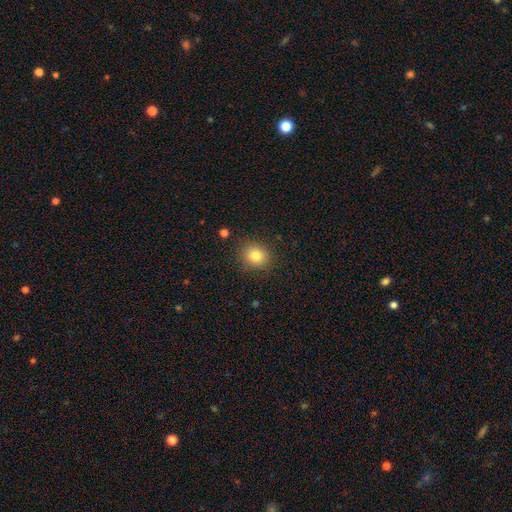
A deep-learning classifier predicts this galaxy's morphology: smooth-or-featured: smooth: 82% | star or artifact: 11% | featured or disk: 7%
  how-rounded: round: 81% | in between: 19% | cigar-shaped: 1%
  merging: none: 87% | minor disturbance: 9% | major disturbance: 3% | merger: 1%